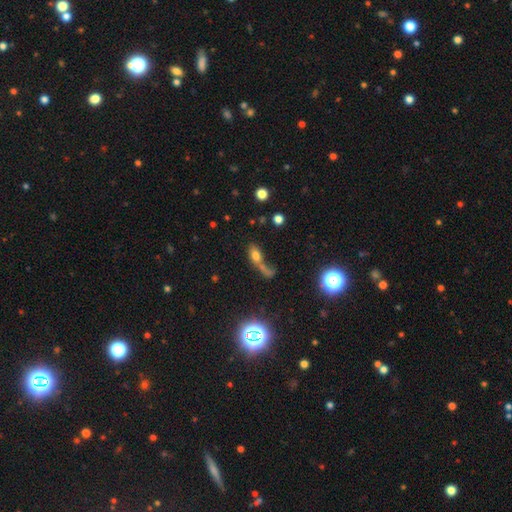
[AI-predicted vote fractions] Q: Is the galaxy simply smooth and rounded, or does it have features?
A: smooth — 63%.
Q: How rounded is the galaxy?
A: in between — 72%.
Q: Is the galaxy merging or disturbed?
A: merger — 45%.